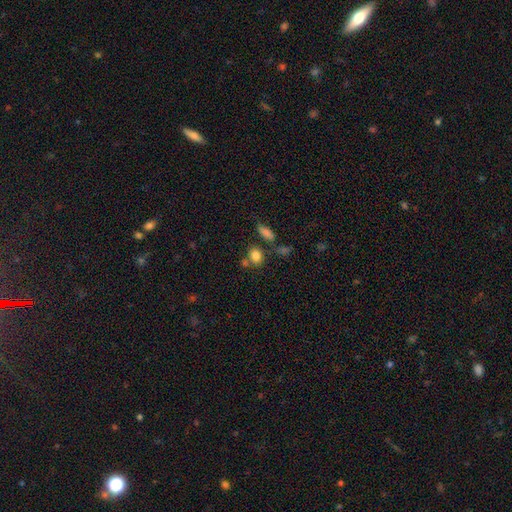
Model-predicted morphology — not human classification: Smooth or featured: smooth — 81% (star or artifact — 11%)
How rounded: round — 58% (in between — 40%)
Merging: none — 63% (merger — 20%)